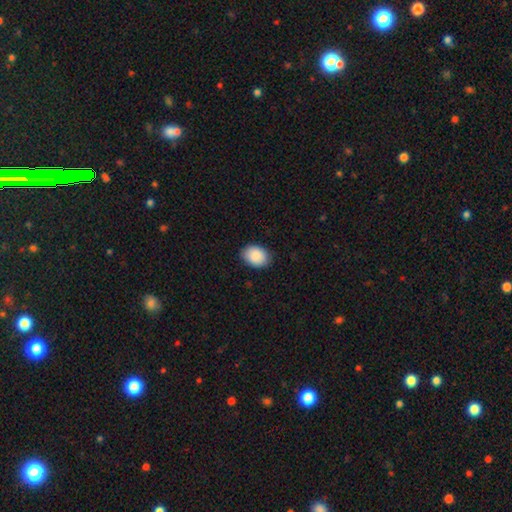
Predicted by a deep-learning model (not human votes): smooth_or_featured: smooth (p=0.90) [alt: star or artifact p=0.06]
how_rounded: in between (p=0.72) [alt: round p=0.27]
merging: none (p=0.86) [alt: minor disturbance p=0.11]